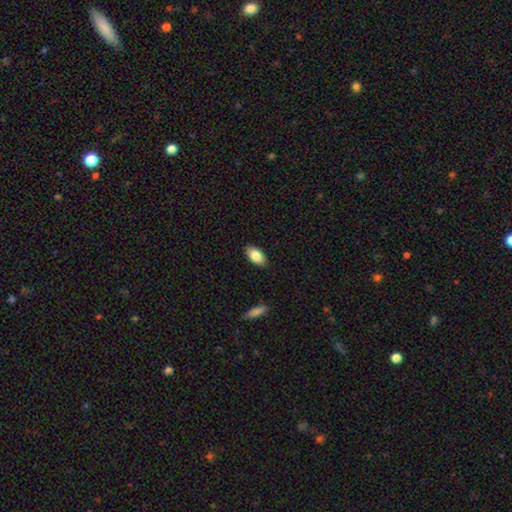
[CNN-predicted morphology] Smooth or featured? smooth (84%)
How rounded? in between (93%)
Merging? none (87%)